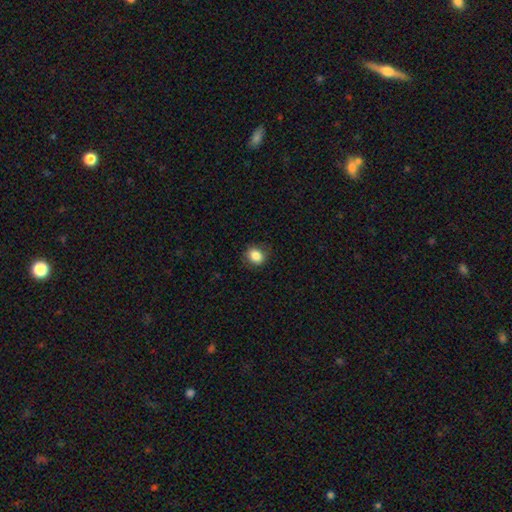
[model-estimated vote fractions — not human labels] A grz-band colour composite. It shows a smooth galaxy with no disk features (85%) that is round (65%). Merging: none (84%).